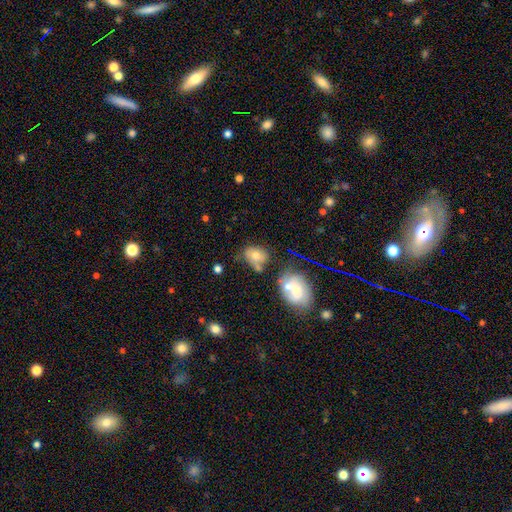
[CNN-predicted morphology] Q: Smooth or featured?
A: smooth (62%); runner-up: featured or disk (25%)
Q: How rounded?
A: in between (59%); runner-up: round (40%)
Q: Merging?
A: none (38%); runner-up: merger (26%)